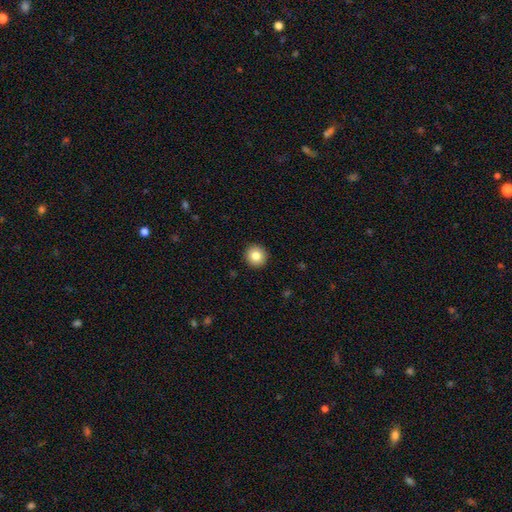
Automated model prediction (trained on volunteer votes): Smooth or featured?
  - smooth: 83% *
  - star or artifact: 10%
  - featured or disk: 8%
How rounded?
  - round: 93% *
  - in between: 6%
  - cigar-shaped: 1%
Merging?
  - none: 93% *
  - minor disturbance: 5%
  - major disturbance: 2%
  - merger: 1%